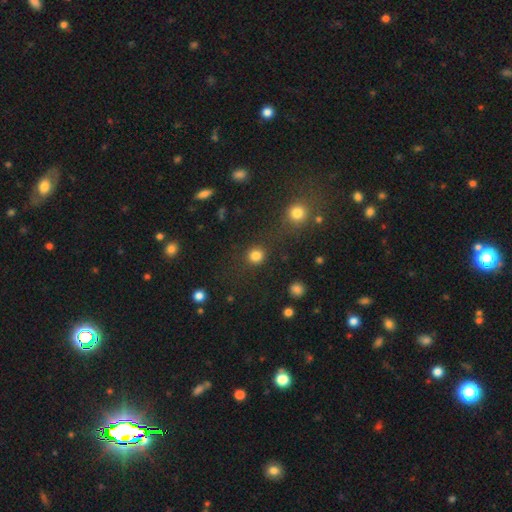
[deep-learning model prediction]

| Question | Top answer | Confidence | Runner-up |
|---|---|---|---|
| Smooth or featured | smooth | 84% | star or artifact (12%) |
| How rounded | round | 92% | in between (7%) |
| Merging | none | 85% | minor disturbance (7%) |